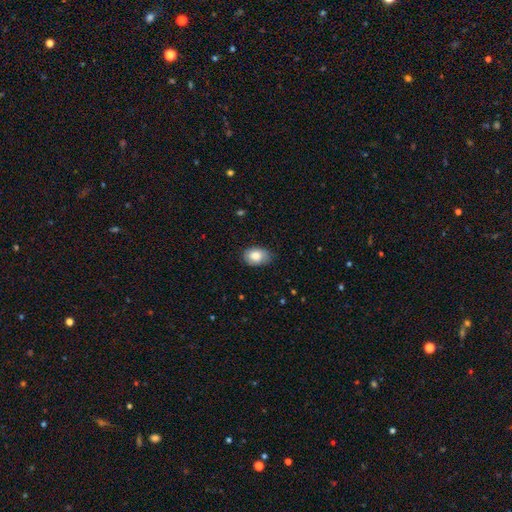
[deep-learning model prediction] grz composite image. It shows a smooth galaxy with no disk features (83%) that is in between round and cigar-shaped (83%). Merging: none (77%).